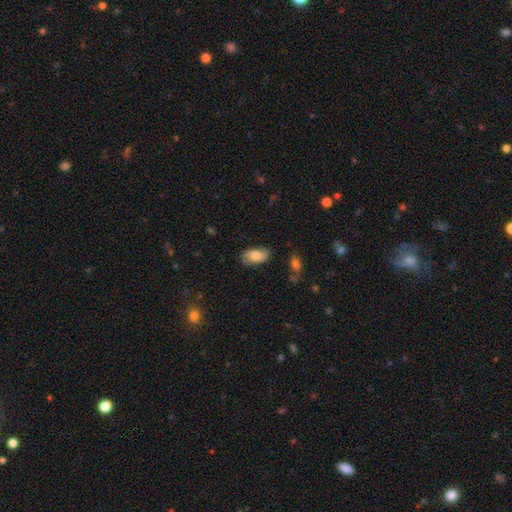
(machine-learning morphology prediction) smooth_or_featured: smooth (p=0.67) [alt: featured or disk p=0.26]
how_rounded: in between (p=0.93) [alt: round p=0.04]
merging: none (p=0.74) [alt: minor disturbance p=0.20]